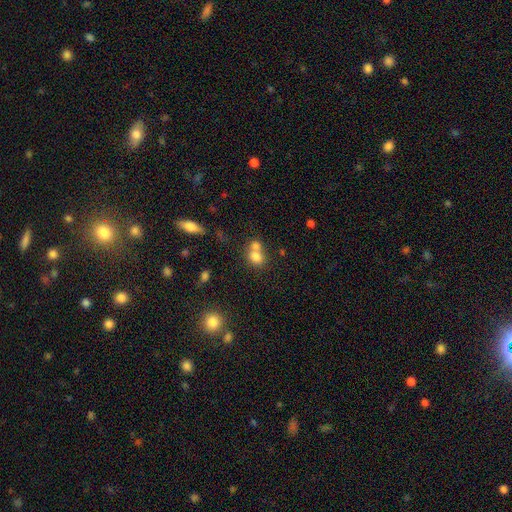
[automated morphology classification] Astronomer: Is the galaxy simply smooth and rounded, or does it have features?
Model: smooth — 76%.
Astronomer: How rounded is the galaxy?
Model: round — 61% (runner-up: in between, 38%).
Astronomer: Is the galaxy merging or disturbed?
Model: merger — 56% (runner-up: none, 33%).